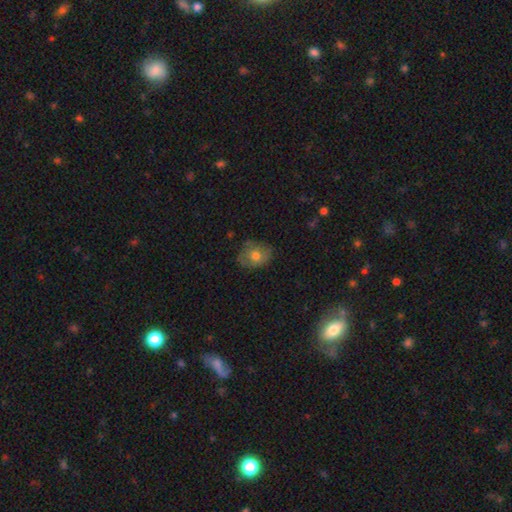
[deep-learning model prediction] A smooth galaxy with no disk features (68%) that is round (56%). Merging: none (69%).